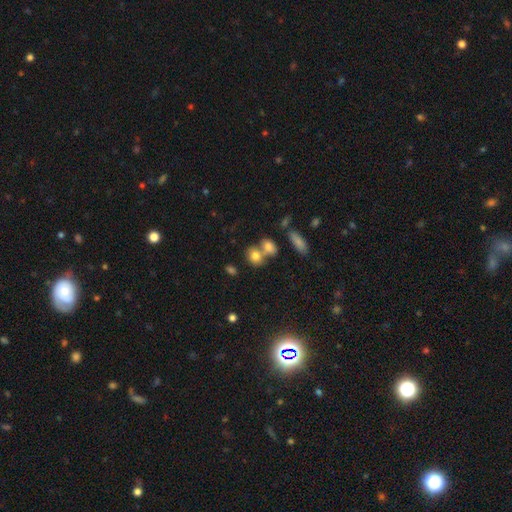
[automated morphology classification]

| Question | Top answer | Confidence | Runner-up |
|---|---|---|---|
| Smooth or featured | smooth | 77% | featured or disk (13%) |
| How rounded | in between | 49% | tied: round (49%) |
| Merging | merger | 47% | none (39%) |